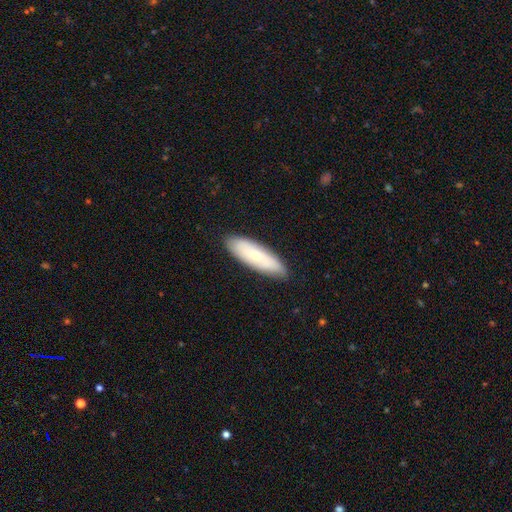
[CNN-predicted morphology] Q: Smooth or featured?
A: smooth (62%); runner-up: featured or disk (32%)
Q: How rounded?
A: cigar-shaped (49%); tied with: in between (49%)
Q: Merging?
A: none (86%); runner-up: minor disturbance (11%)